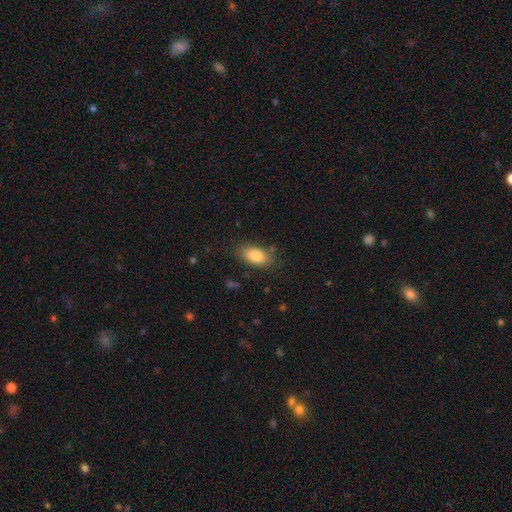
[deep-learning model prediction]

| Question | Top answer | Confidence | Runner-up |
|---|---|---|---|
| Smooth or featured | smooth | 84% | featured or disk (9%) |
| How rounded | in between | 91% | round (5%) |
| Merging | none | 78% | minor disturbance (15%) |